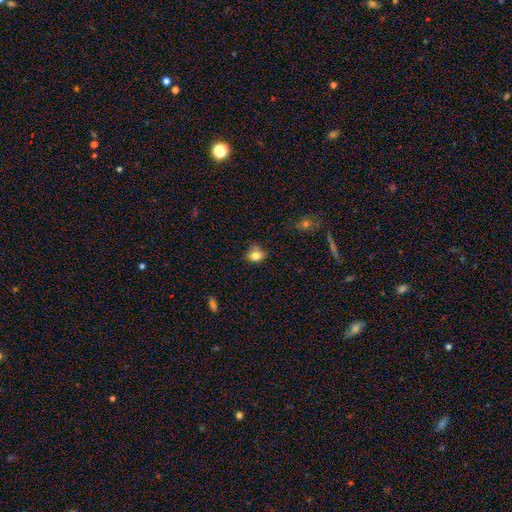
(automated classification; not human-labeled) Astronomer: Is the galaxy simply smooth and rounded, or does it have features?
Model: smooth — 81%.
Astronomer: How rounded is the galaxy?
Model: round — 60% (runner-up: in between, 39%).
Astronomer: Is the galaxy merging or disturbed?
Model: none — 64%.